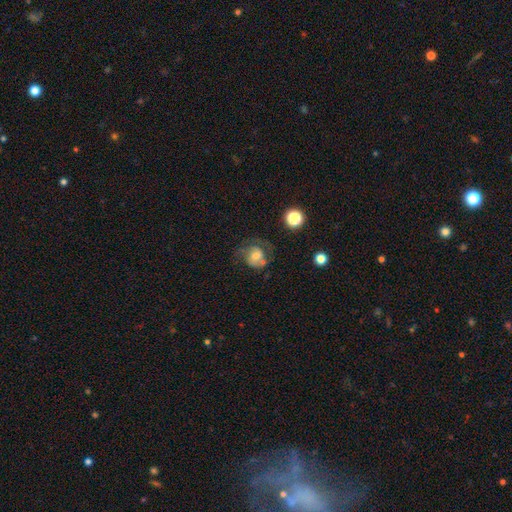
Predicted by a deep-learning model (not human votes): Morphology: type=featured or disk (47%); merging=none (44%).